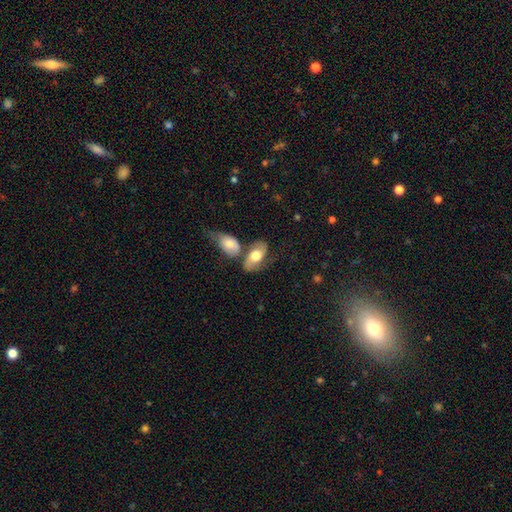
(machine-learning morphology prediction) This is possibly a smooth galaxy (49%). Merging: marginally merger (37%).